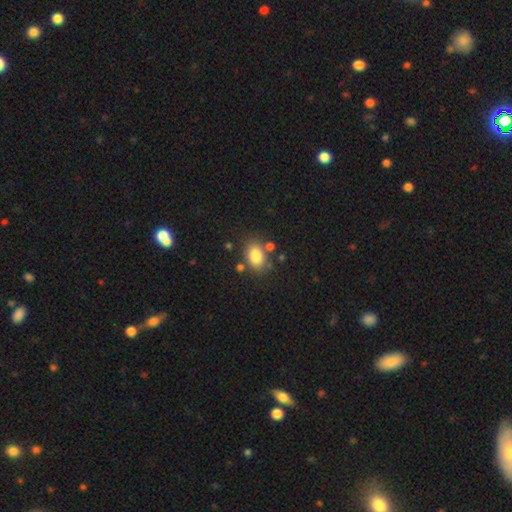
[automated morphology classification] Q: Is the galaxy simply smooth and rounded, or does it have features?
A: smooth — 83%.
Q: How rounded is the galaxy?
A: in between — 78%.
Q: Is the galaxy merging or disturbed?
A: none — 72%.